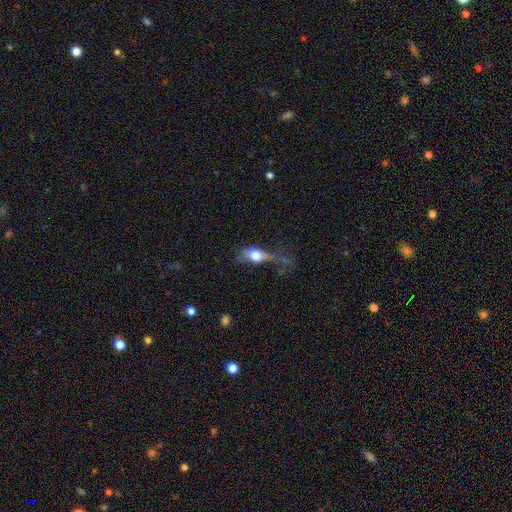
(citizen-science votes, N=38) smooth_or_featured: smooth (p=0.58) [alt: featured or disk p=0.34]
how_rounded: in between (p=0.82) [alt: round p=0.14]
merging: major disturbance (p=0.43) [alt: none p=0.26]